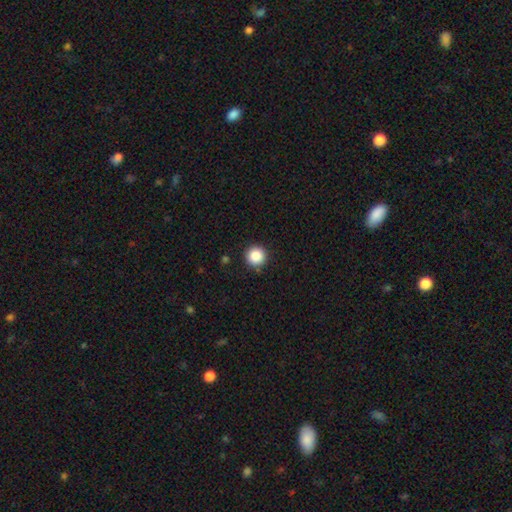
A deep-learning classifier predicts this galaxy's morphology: The model was most divided on "smooth or featured": smooth: 86%, star or artifact: 10%, featured or disk: 4%. More confident: how rounded — round (96%); merging — none (90%).